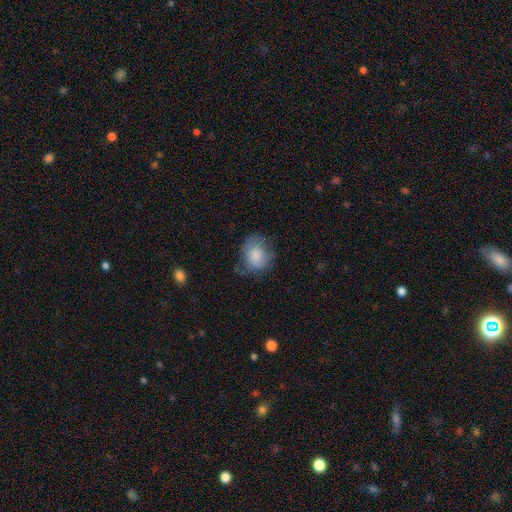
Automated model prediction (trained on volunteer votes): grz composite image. It shows a smooth galaxy with no disk features (77%) that is round (55%). Merging: none (55%).